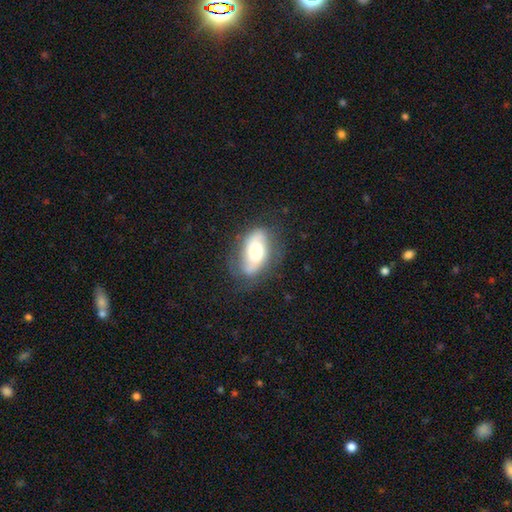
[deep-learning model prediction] A featured or disk galaxy (58%) with no bar (61%), spiral arms (83%) and a moderate central bulge (44%). Merging: none (65%).